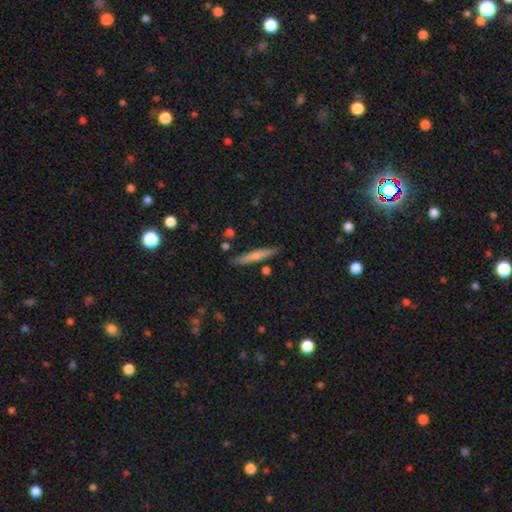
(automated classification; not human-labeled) Overall: smooth (65%; featured or disk 29%). How rounded: cigar-shaped (92%). Merging: none (83%).